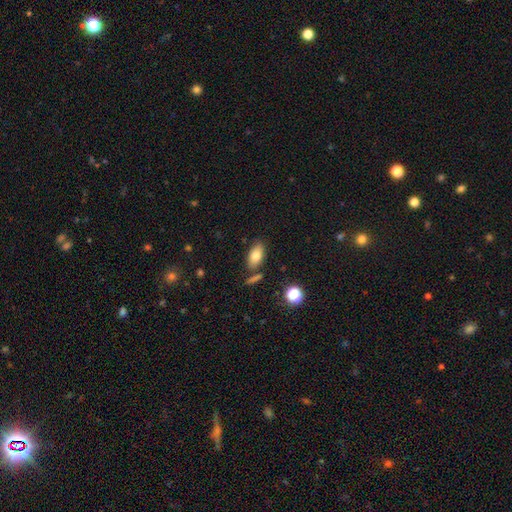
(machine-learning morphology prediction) smooth_or_featured: smooth (p=0.78) [alt: featured or disk p=0.14]
how_rounded: in between (p=0.89) [alt: round p=0.06]
merging: none (p=0.76) [alt: minor disturbance p=0.13]